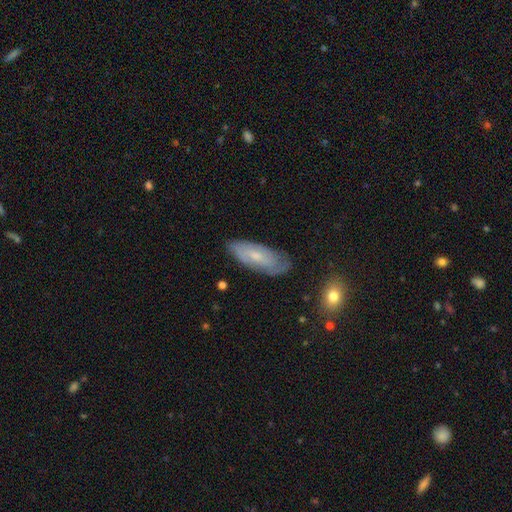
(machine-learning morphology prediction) Smooth or featured: featured or disk — 55% (smooth — 38%)
Edge-on disk: no — 85% (yes — 15%)
Merging: none — 74% (minor disturbance — 20%)